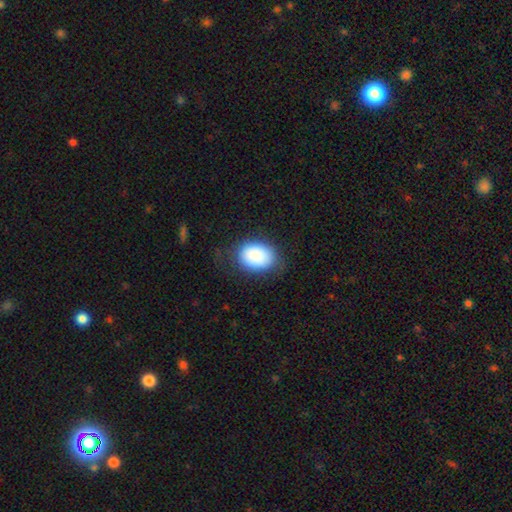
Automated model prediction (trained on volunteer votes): Overall: smooth (86%). How rounded: in between (70%). Merging: none (71%).